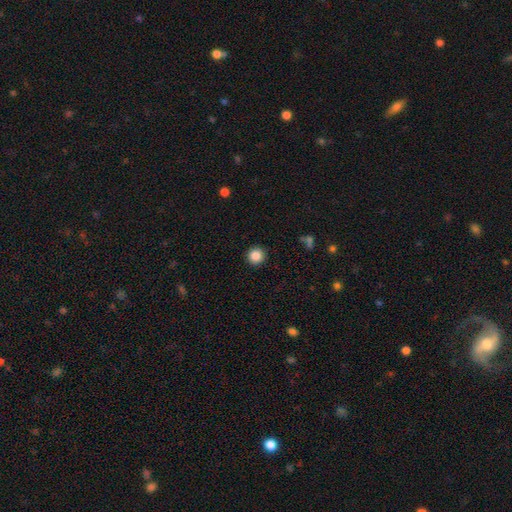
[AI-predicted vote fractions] smooth-or-featured: smooth: 86% | star or artifact: 10% | featured or disk: 4%
  how-rounded: round: 95% | in between: 4% | cigar-shaped: 1%
  merging: none: 92% | minor disturbance: 5% | major disturbance: 2% | merger: 1%